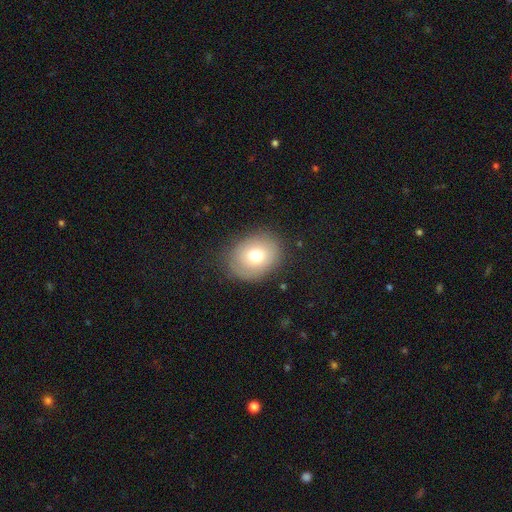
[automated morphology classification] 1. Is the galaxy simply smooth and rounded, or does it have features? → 73% smooth, 17% featured or disk, 10% star or artifact.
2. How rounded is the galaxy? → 51% in between, 48% round, 1% cigar-shaped.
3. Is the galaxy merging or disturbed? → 80% none, 14% minor disturbance, 5% major disturbance, 1% merger.